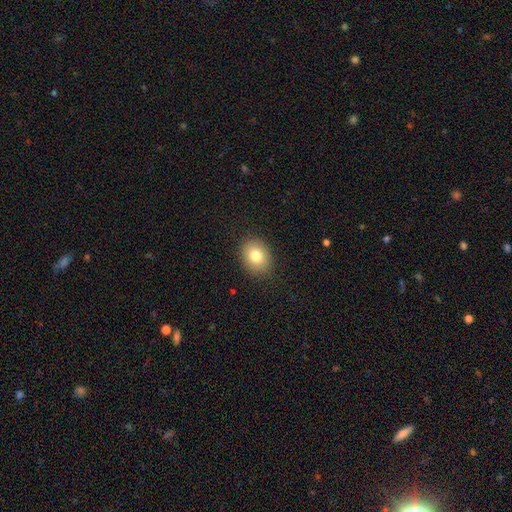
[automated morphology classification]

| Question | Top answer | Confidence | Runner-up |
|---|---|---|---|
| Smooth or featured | smooth | 81% | featured or disk (10%) |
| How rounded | in between | 51% | round (48%) |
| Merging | none | 88% | minor disturbance (9%) |